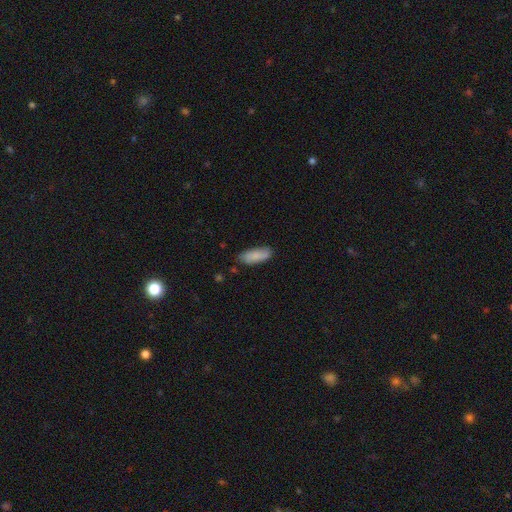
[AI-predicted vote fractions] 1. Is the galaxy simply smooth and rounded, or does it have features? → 81% smooth, 13% featured or disk, 6% star or artifact.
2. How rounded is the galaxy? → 73% in between, 25% cigar-shaped, 2% round.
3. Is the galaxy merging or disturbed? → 75% none, 20% minor disturbance, 3% major disturbance, 2% merger.